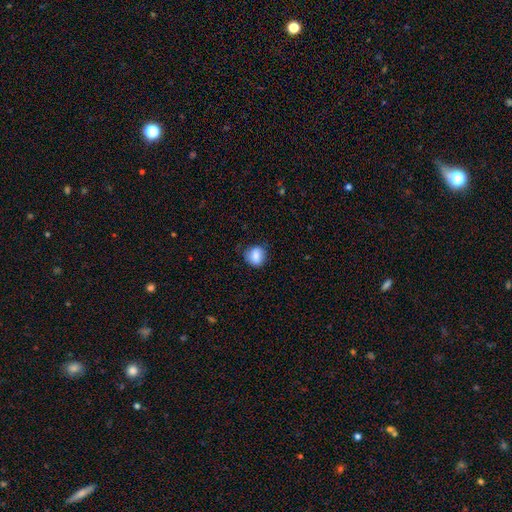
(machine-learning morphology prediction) This appears to be a smooth galaxy with no disk features (80%) that is round (73%). Merging: none (73%).